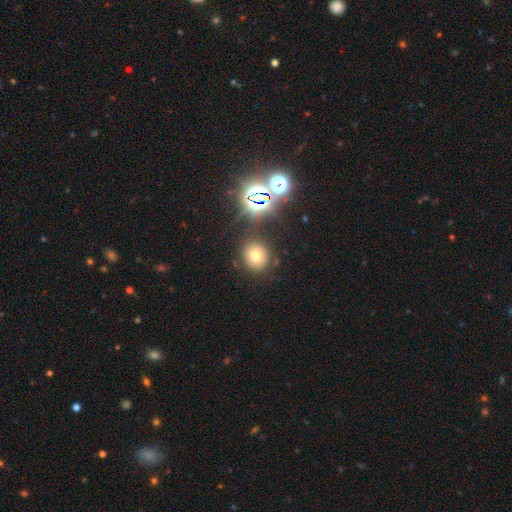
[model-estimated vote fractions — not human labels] Smooth or featured? smooth (65%)
How rounded? round (81%)
Merging? none (84%)